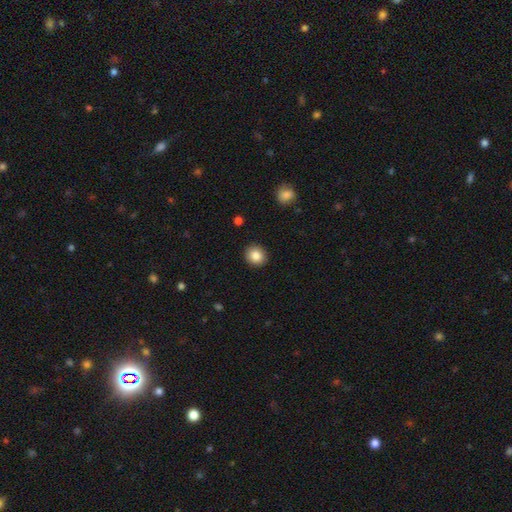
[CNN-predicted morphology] The model was most divided on "how rounded": round: 83%, in between: 16%, cigar-shaped: 1%. More confident: merging — none (91%); smooth or featured — smooth (85%).